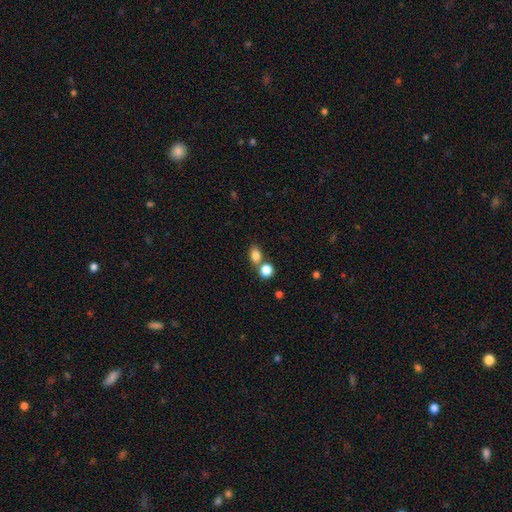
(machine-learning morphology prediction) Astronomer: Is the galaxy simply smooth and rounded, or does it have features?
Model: smooth — 82%.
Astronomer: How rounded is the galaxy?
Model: in between — 68%.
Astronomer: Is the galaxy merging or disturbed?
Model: none — 50% (runner-up: merger, 37%).